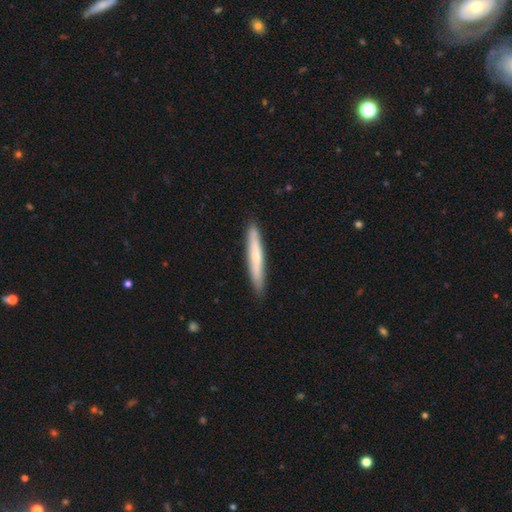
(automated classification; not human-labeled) Smooth or featured? Predicted: smooth (p=0.54). How rounded? Predicted: cigar-shaped (p=0.95). Merging? Predicted: none (p=0.90).